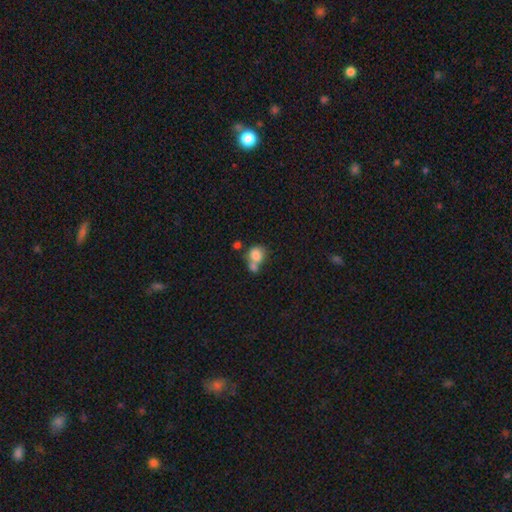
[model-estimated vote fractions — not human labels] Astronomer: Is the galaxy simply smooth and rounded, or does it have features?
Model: smooth — 81%.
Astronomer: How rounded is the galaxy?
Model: round — 62%.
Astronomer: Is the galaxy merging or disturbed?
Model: merger — 53% (runner-up: none, 31%).